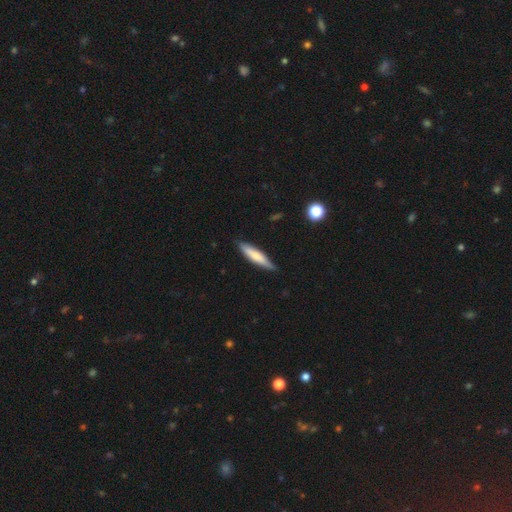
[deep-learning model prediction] A smooth galaxy with no disk features (66%) that is cigar-shaped (79%). Merging: none (81%).